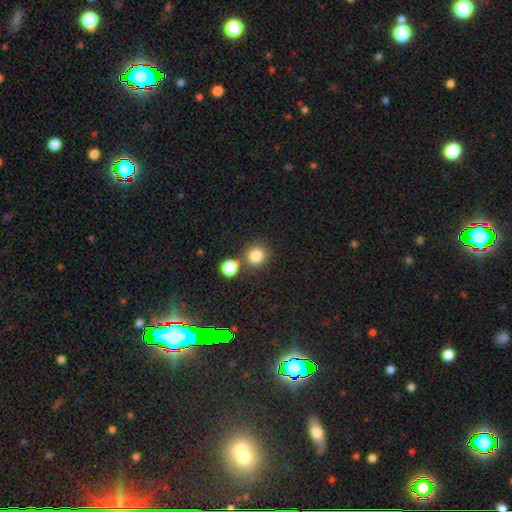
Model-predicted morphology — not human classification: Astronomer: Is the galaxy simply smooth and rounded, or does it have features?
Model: smooth — 82%.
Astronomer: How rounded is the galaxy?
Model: round — 89%.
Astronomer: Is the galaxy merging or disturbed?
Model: none — 70%.